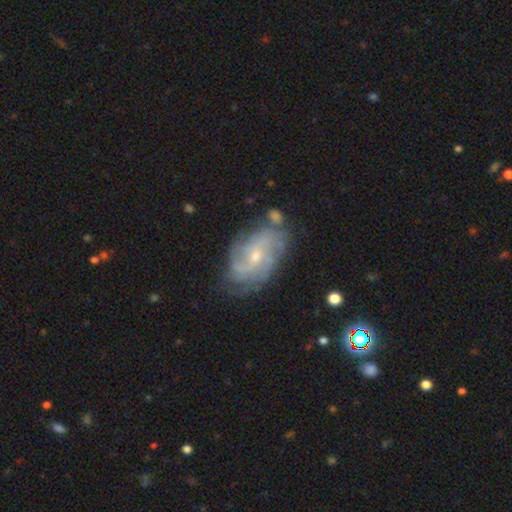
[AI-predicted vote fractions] Smooth or featured? Predicted: featured or disk (p=0.80). Edge-on disk? Predicted: no (p=0.96). Bar? Predicted: no (p=0.56). Spiral arms? Predicted: yes (p=0.92). Spiral winding? Predicted: tight (p=0.45). Spiral arm count? Predicted: can't tell (p=0.37). Bulge size? Predicted: small (p=0.64). Merging? Predicted: none (p=0.66).